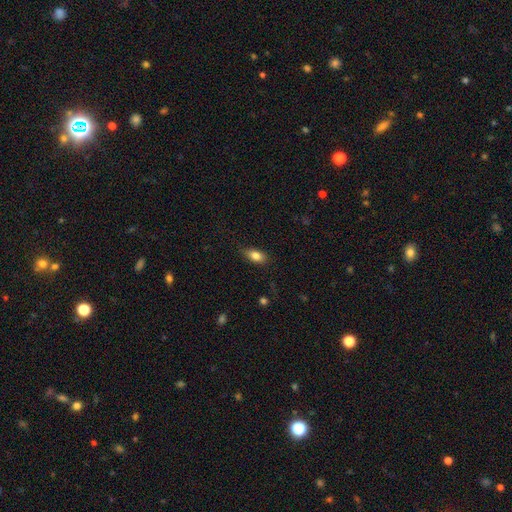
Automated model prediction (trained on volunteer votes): Smooth or featured? smooth (82%)
How rounded? in between (85%)
Merging? none (80%)